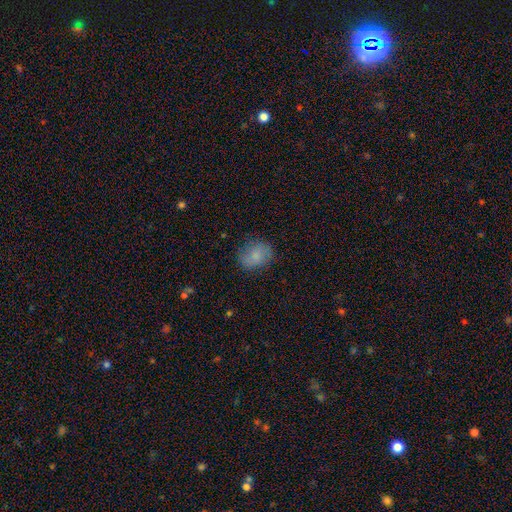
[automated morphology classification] Smooth or featured? smooth (79%)
How rounded? round (50%)
Merging? none (78%)